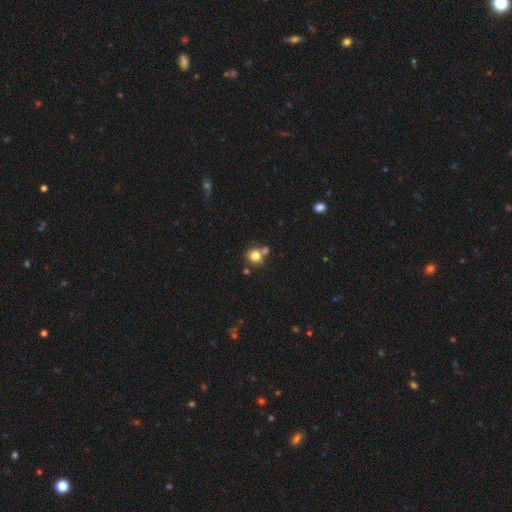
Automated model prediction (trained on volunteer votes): This appears to be a smooth galaxy with no disk features (79%) that is round (82%). Merging: none (57%).